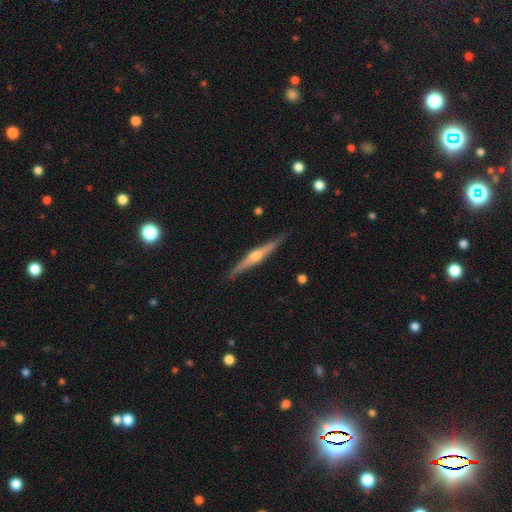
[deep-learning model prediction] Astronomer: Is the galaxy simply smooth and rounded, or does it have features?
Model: featured or disk — 78%.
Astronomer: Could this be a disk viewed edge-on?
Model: yes — 98%.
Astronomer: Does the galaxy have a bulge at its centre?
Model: rounded — 90%.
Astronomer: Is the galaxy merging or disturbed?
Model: none — 90%.